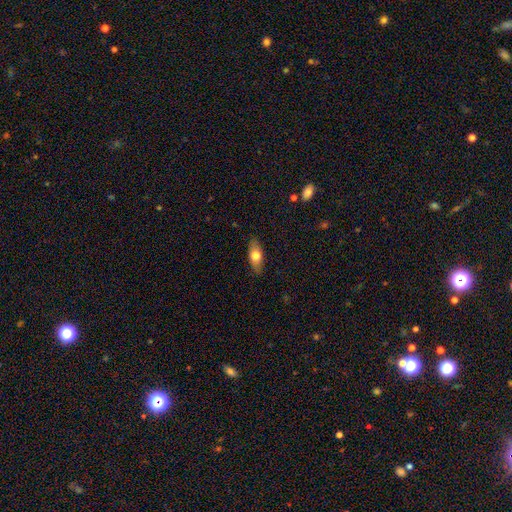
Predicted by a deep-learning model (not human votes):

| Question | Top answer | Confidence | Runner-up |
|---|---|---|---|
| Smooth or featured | smooth | 68% | featured or disk (26%) |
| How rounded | in between | 76% | cigar-shaped (20%) |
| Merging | none | 87% | minor disturbance (10%) |